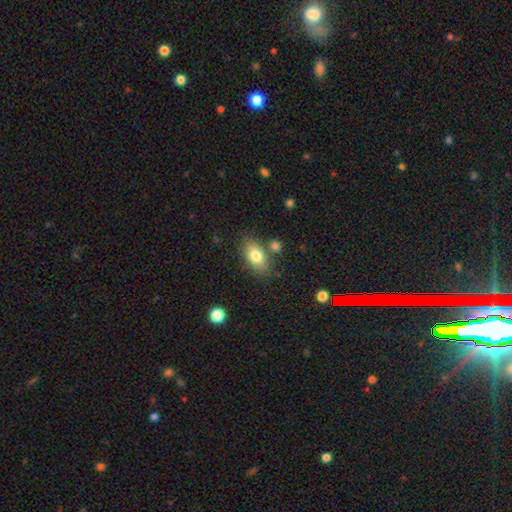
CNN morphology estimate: This appears to be a smooth galaxy with no disk features (78%) that is in between round and cigar-shaped (87%). Merging: none (73%).